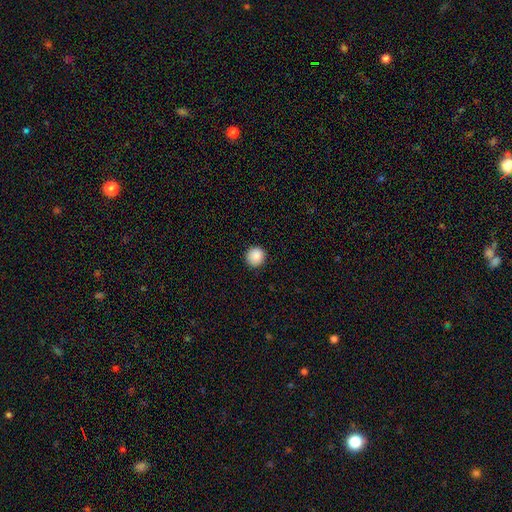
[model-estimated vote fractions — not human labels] smooth-or-featured: smooth: 89% | star or artifact: 9% | featured or disk: 3%
  how-rounded: round: 92% | in between: 7% | cigar-shaped: 1%
  merging: none: 91% | minor disturbance: 6% | major disturbance: 2% | merger: 1%